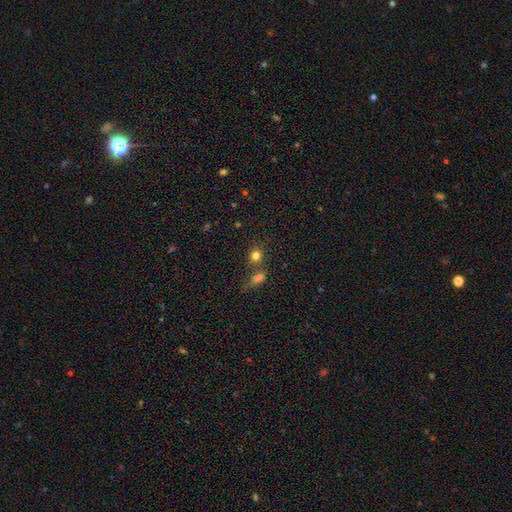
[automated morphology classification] This appears to be a smooth galaxy with no disk features (79%) that is round (77%). Merging: none (62%).